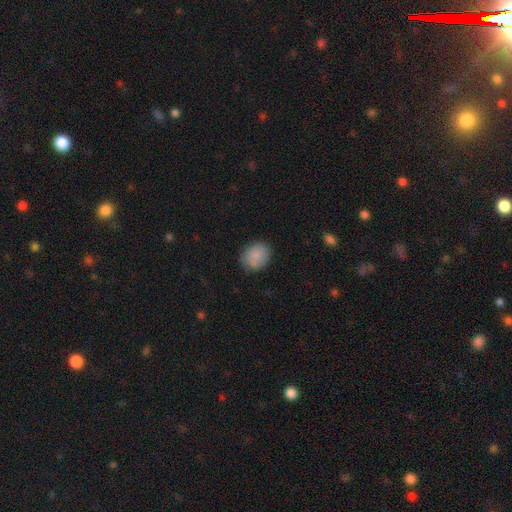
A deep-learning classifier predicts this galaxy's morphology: smooth 86%, star or artifact 8%, featured or disk 7%. Down the decision tree: how rounded — round (59%); merging — none (77%).